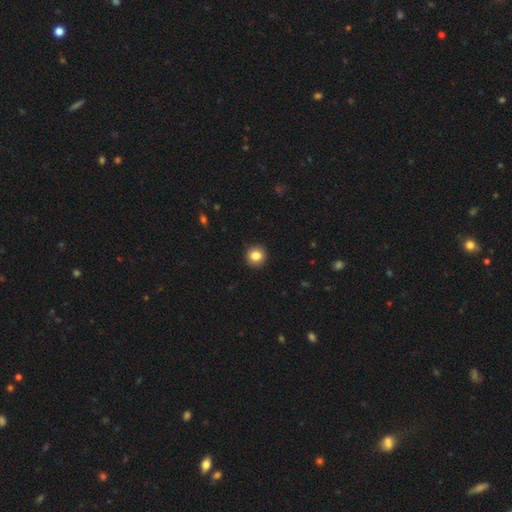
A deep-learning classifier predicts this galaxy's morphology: smooth_or_featured: smooth (p=0.84) [alt: star or artifact p=0.10]
how_rounded: round (p=0.94) [alt: in between p=0.05]
merging: none (p=0.93) [alt: minor disturbance p=0.05]